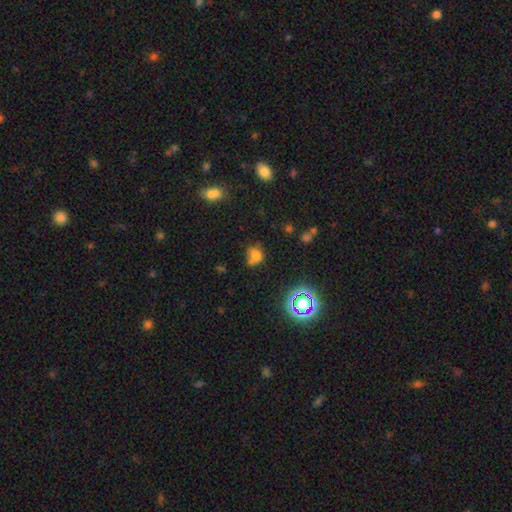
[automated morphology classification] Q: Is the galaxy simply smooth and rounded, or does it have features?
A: smooth — 58%.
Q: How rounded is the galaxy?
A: in between — 54%.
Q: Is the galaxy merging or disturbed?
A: none — 36%.